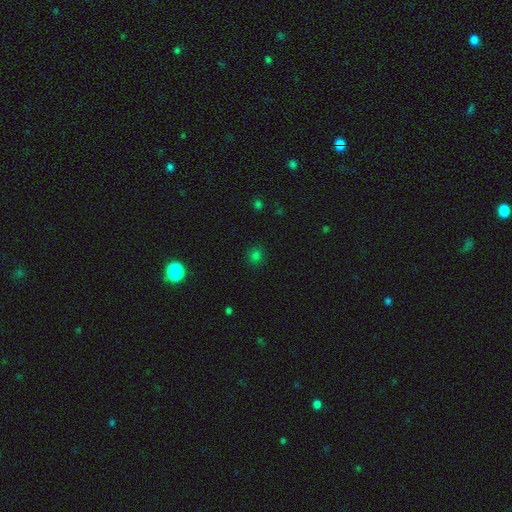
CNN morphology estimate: Smooth or featured? Predicted: smooth (p=0.77). How rounded? Predicted: round (p=0.83). Merging? Predicted: none (p=0.88).